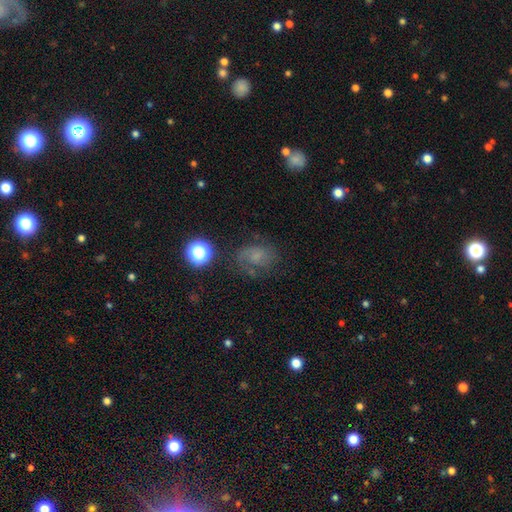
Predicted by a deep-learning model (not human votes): Overall: smooth (40%; featured or disk 36%). Merging: none (61%; minor disturbance 22%).